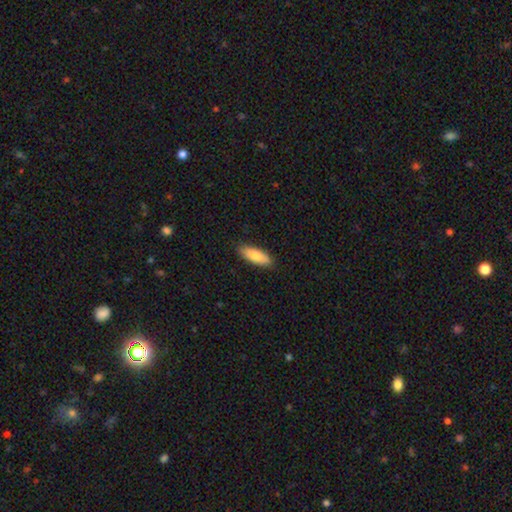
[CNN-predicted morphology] Smooth or featured: smooth — 80% (featured or disk — 14%)
How rounded: in between — 64% (cigar-shaped — 34%)
Merging: none — 88% (minor disturbance — 10%)